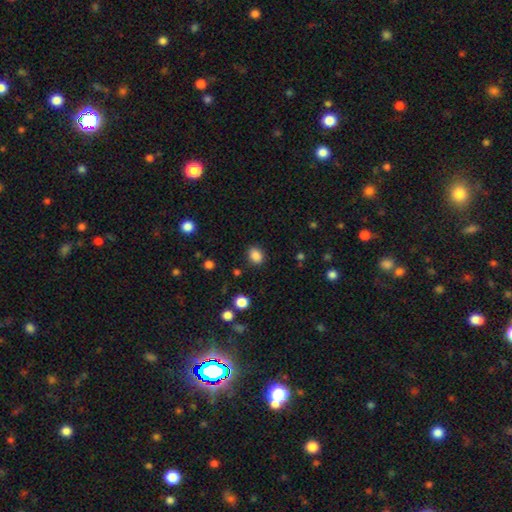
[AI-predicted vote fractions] A smooth galaxy with no disk features (86%) that is in between round and cigar-shaped (62%). Merging: none (86%).